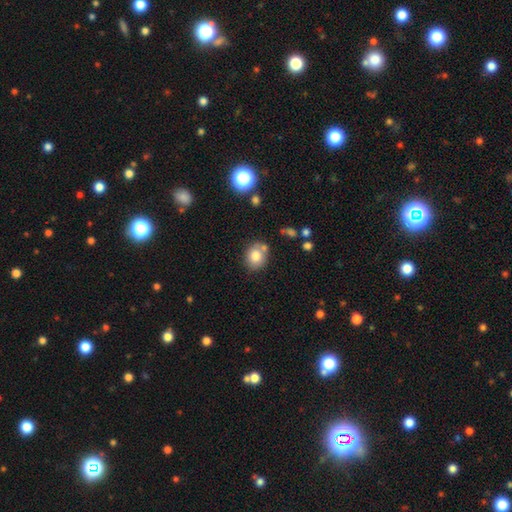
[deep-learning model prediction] Smooth or featured?
  - smooth: 80% *
  - featured or disk: 10%
  - star or artifact: 10%
How rounded?
  - round: 66% *
  - in between: 33%
  - cigar-shaped: 1%
Merging?
  - none: 64% *
  - minor disturbance: 16%
  - merger: 16%
  - major disturbance: 4%